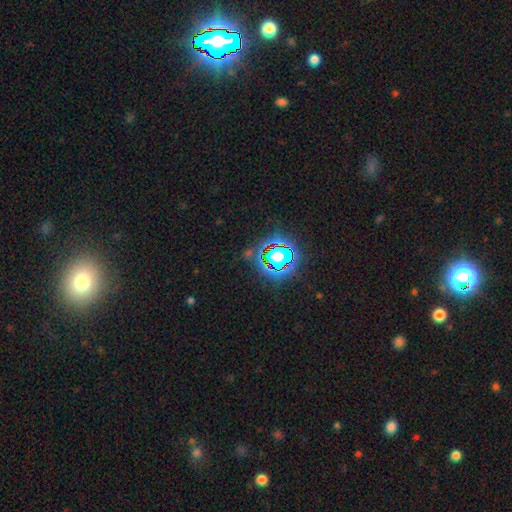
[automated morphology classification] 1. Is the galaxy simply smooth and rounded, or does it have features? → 78% star or artifact, 13% smooth, 9% featured or disk.